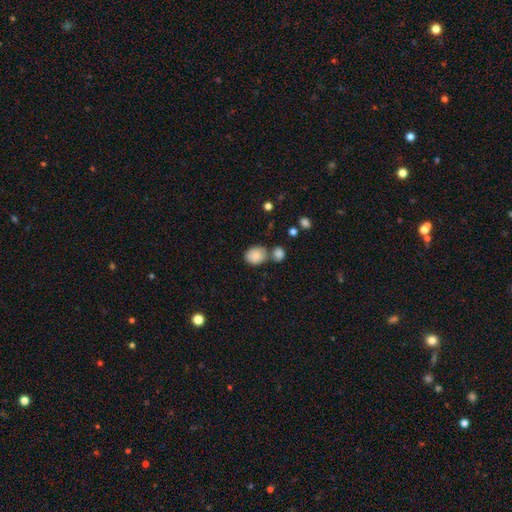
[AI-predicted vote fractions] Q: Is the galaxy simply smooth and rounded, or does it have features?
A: smooth — 83%.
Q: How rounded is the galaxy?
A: round — 54%.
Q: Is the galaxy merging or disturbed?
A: none — 55%.